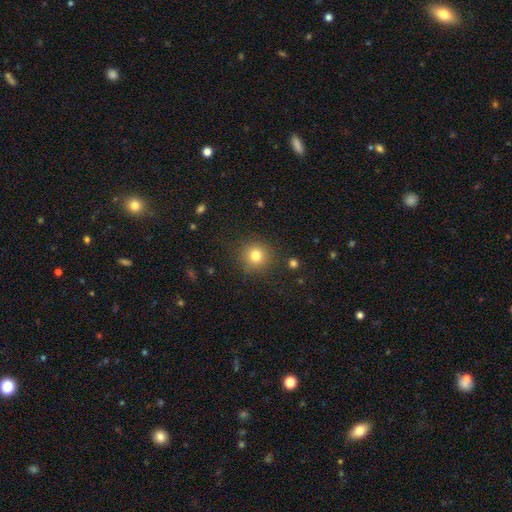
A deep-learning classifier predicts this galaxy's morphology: Smooth or featured? smooth (79%)
How rounded? round (93%)
Merging? none (87%)